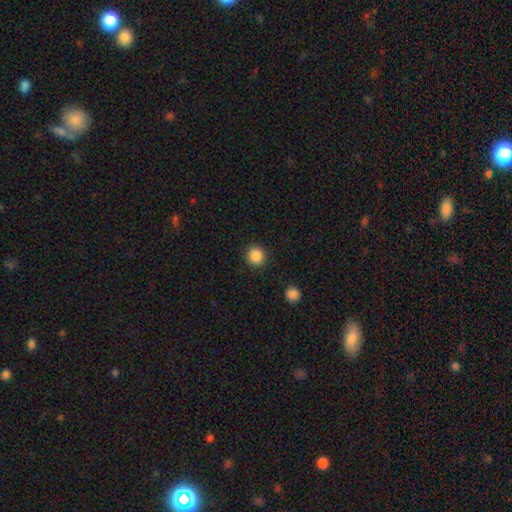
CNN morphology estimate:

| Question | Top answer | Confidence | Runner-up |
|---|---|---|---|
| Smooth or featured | smooth | 87% | star or artifact (10%) |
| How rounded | round | 93% | in between (6%) |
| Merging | none | 91% | minor disturbance (5%) |